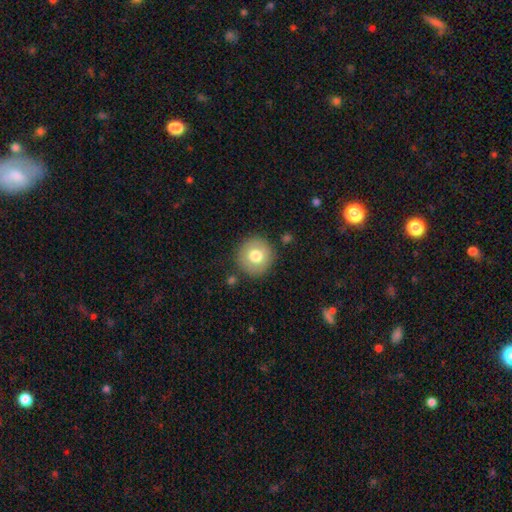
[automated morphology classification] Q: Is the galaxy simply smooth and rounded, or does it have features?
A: smooth — 75%.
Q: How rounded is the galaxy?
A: round — 94%.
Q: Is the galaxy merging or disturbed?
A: none — 87%.